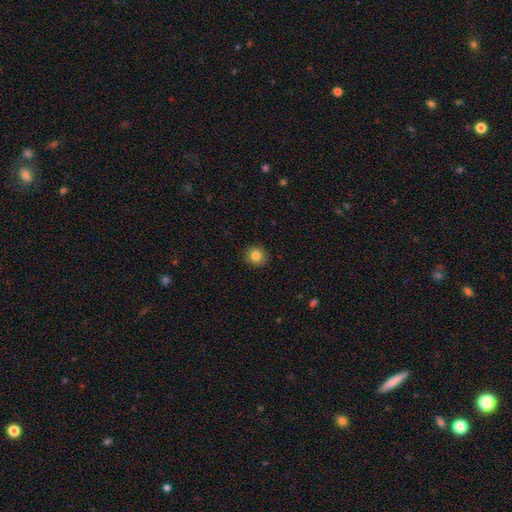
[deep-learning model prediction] Morphology: type=smooth (84%); roundness=round (81%); merging=none (91%).